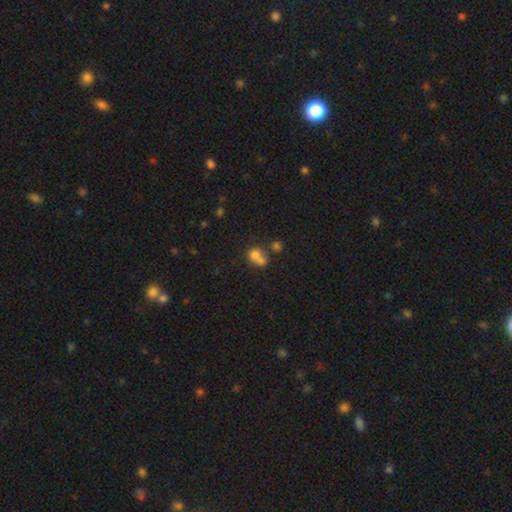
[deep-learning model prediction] The model was most divided on "merging": merger: 57%, none: 30%, minor disturbance: 8%, major disturbance: 5%. More confident: how rounded — round (71%); smooth or featured — smooth (70%).